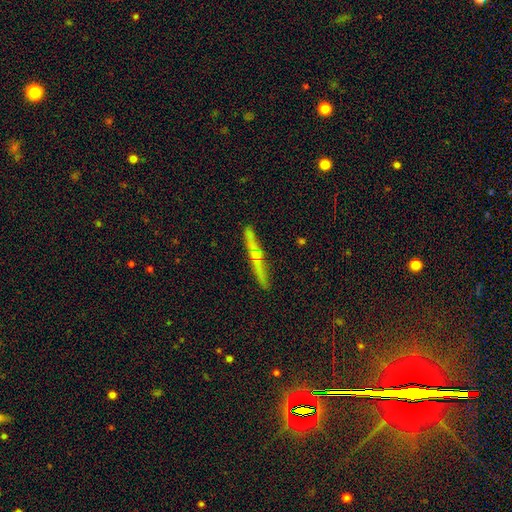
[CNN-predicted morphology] Smooth or featured: featured or disk — 49% (smooth — 41%)
Merging: none — 84% (minor disturbance — 11%)